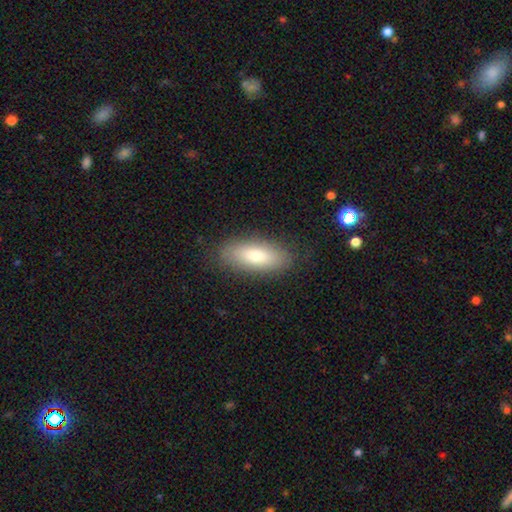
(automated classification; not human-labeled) Morphology: type=smooth (77%); roundness=in between (76%); merging=none (84%).